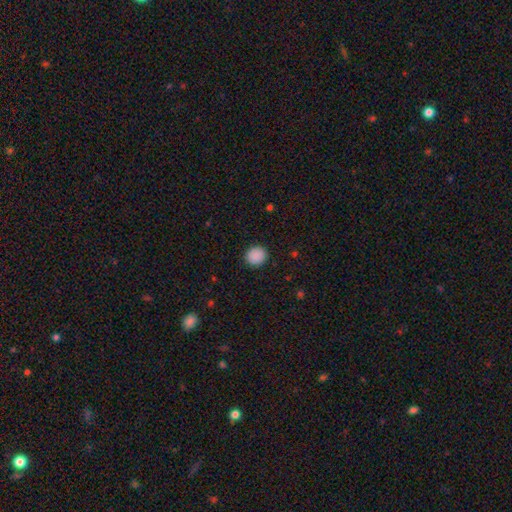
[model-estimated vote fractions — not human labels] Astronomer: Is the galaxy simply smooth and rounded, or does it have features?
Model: smooth — 89%.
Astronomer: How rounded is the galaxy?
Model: round — 77%.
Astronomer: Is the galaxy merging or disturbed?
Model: none — 90%.